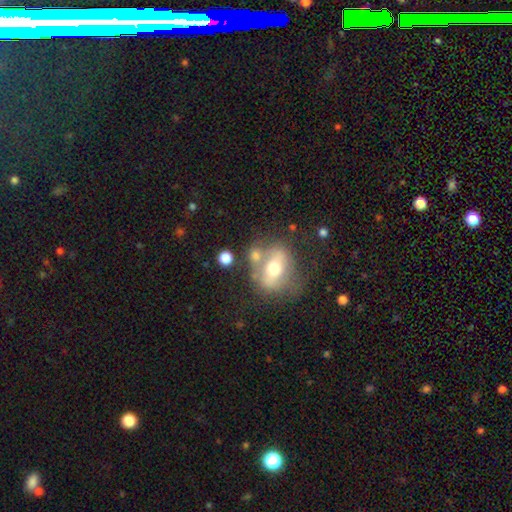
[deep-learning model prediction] Smooth or featured?
  - smooth: 49% *
  - featured or disk: 40%
  - star or artifact: 11%
Merging?
  - none: 51% *
  - merger: 22%
  - minor disturbance: 17%
  - major disturbance: 11%